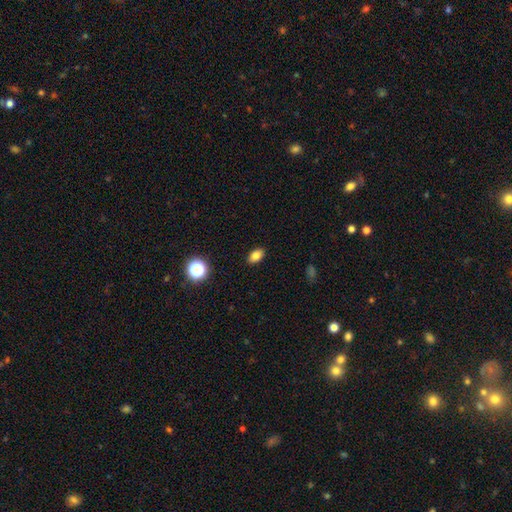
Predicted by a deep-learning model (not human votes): The model was most divided on "smooth or featured": smooth: 81%, star or artifact: 11%, featured or disk: 8%. More confident: merging — none (89%); how rounded — in between (89%).